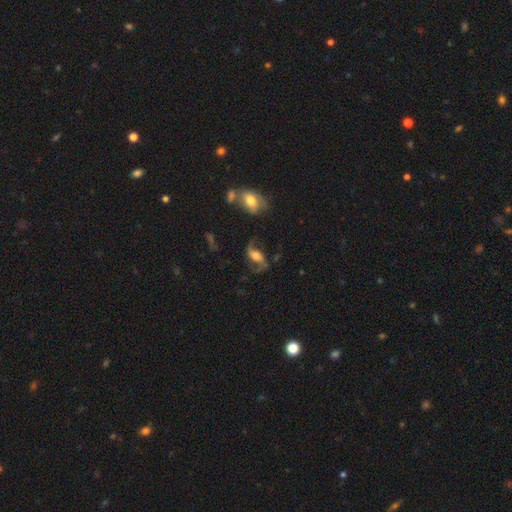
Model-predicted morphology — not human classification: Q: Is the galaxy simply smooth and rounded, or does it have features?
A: featured or disk — 80%.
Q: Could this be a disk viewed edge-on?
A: no — 94%.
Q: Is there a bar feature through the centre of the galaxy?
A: weak — 40%.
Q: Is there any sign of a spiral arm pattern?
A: yes — 94%.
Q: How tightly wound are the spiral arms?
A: loose — 73%.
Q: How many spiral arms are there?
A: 2 — 92%.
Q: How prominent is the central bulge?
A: moderate — 39%.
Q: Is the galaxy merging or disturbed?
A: none — 66%.